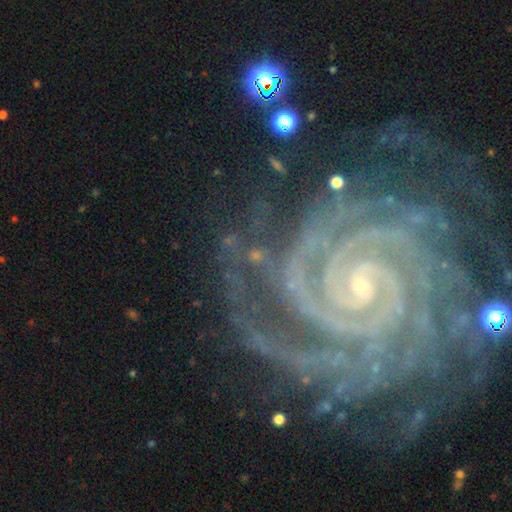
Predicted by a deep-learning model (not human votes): Smooth or featured? Predicted: featured or disk (p=0.93). Edge-on disk? Predicted: no (p=0.98). Bar? Predicted: no (p=0.55). Spiral arms? Predicted: yes (p=0.99). Spiral winding? Predicted: tight (p=0.86). Spiral arm count? Predicted: 2 (p=0.34). Bulge size? Predicted: small (p=0.82). Merging? Predicted: none (p=0.72).